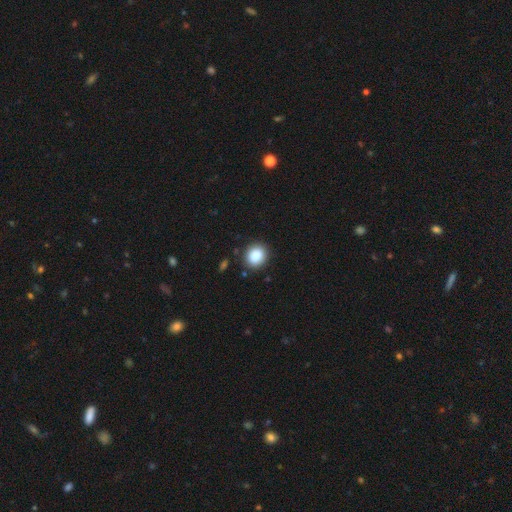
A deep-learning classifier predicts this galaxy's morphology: A smooth galaxy with no disk features (88%) that is round (75%). Merging: none (86%).